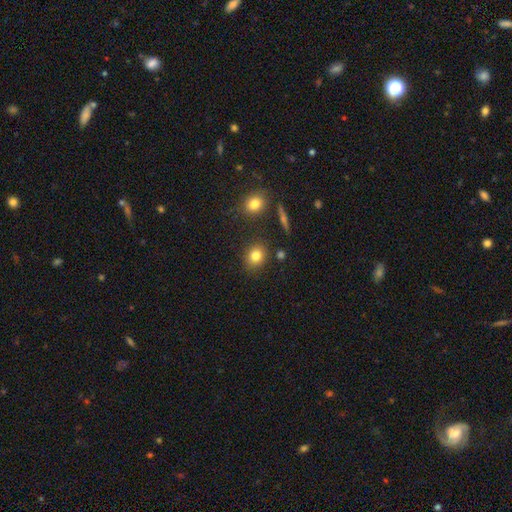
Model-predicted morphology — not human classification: smooth 81%, star or artifact 11%, featured or disk 8%. Down the decision tree: how rounded — round (67%); merging — none (84%).